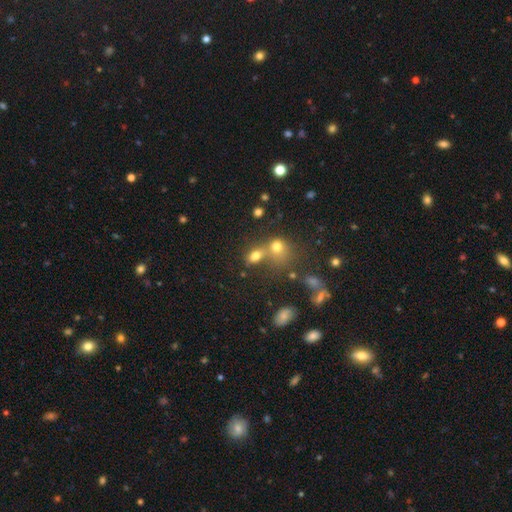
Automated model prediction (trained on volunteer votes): Smooth or featured: smooth — 73% (star or artifact — 16%)
How rounded: in between — 70% (round — 27%)
Merging: merger — 42% (none — 40%)